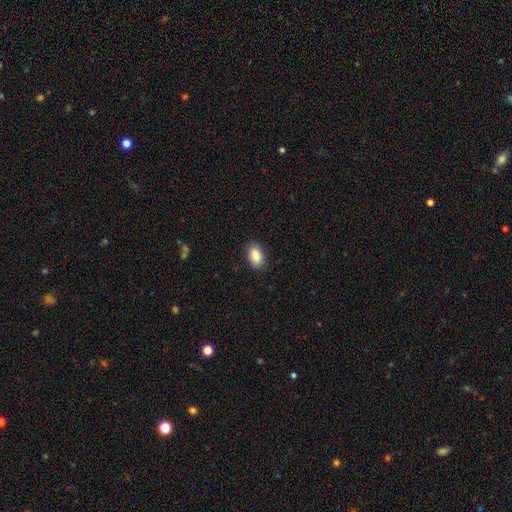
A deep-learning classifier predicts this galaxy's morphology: The model was most divided on "merging": none: 86%, minor disturbance: 11%, major disturbance: 2%, merger: 1%. More confident: how rounded — in between (91%); smooth or featured — smooth (89%).